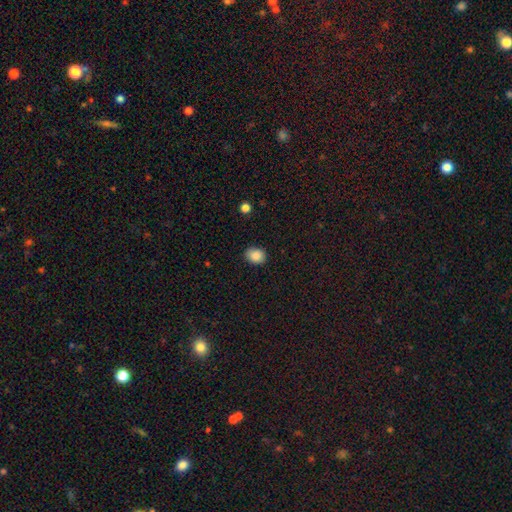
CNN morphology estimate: This is clearly a smooth galaxy (87%). How rounded: possibly in between (53%). Merging: clearly none (85%).